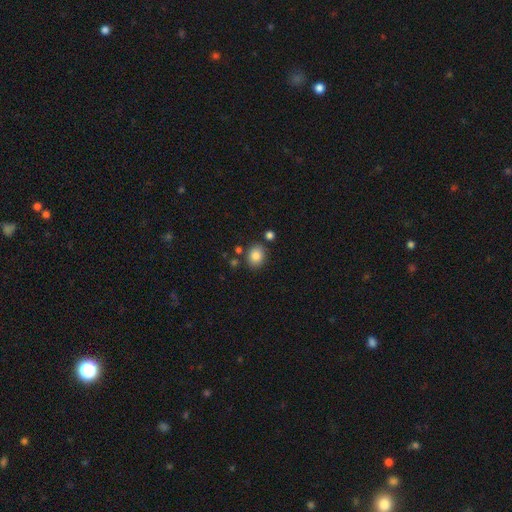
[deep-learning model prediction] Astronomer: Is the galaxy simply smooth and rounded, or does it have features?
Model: smooth — 84%.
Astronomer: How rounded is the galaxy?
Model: round — 50% (runner-up: in between, 49%).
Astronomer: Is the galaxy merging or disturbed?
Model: none — 79%.